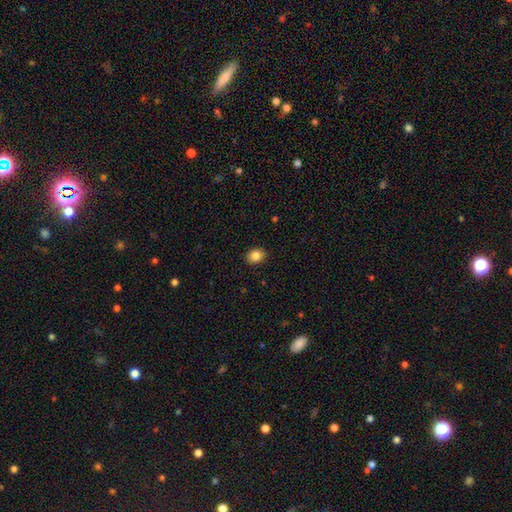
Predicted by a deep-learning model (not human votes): Morphology: type=smooth (84%); roundness=in between (52%); merging=none (90%).